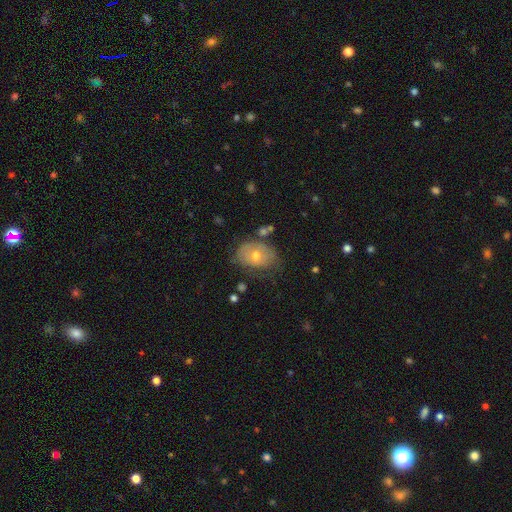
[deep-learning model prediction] This appears to be a smooth galaxy with no disk features (52%) that is in between round and cigar-shaped (71%). Merging: none (53%).